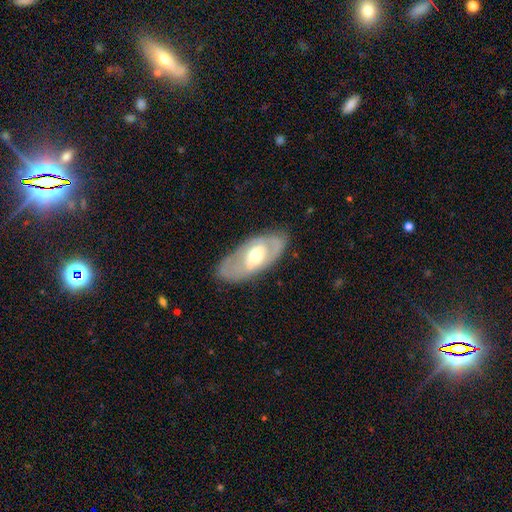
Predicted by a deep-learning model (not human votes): Morphology: type=featured or disk (64%); edge-on=no (87%); bar=no (71%); spiral arms=no (55%); bulge=moderate (69%); merging=none (75%).